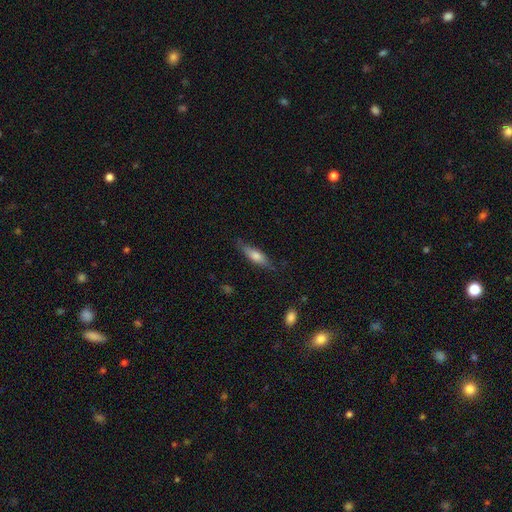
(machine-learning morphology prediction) A smooth galaxy with no disk features (58%) that is cigar-shaped (65%). Merging: none (79%).